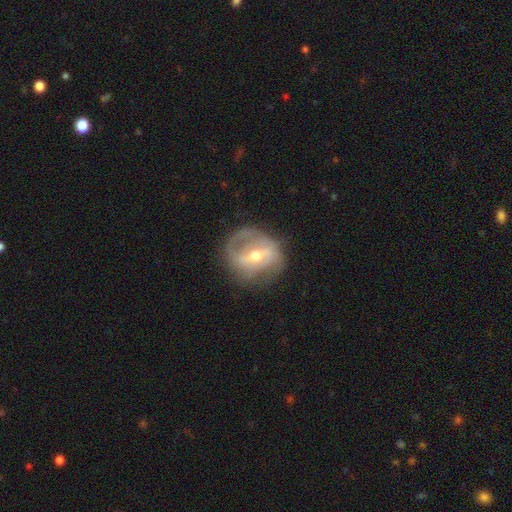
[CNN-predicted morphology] A featured or disk galaxy (75%) with a strong bar (42%), 2 (58%) medium (41%) spiral arms (75%) and a moderate central bulge (58%). Merging: none (64%).